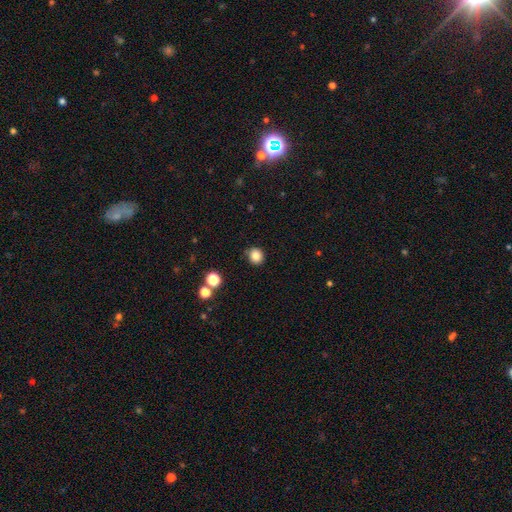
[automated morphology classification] This appears to be a smooth galaxy with no disk features (83%) that is round (87%). Merging: none (83%).